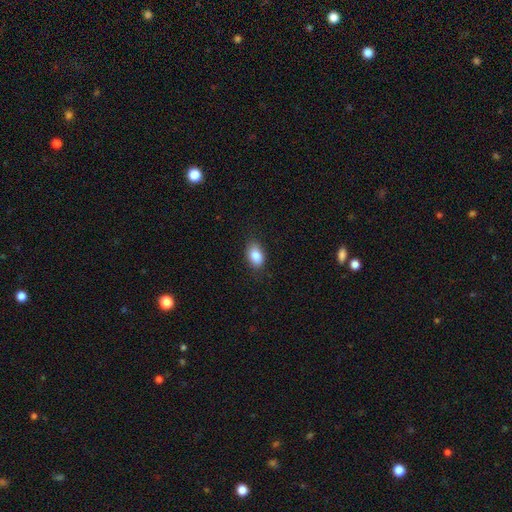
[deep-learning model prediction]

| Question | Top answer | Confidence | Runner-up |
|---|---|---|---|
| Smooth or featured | smooth | 86% | star or artifact (8%) |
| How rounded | in between | 86% | round (12%) |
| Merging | none | 83% | minor disturbance (13%) |